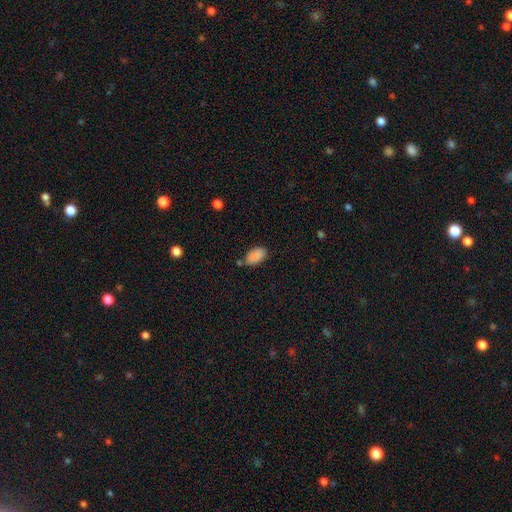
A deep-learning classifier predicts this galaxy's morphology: This is clearly a smooth galaxy (88%). How rounded: clearly in between (94%). Merging: likely none (71%).